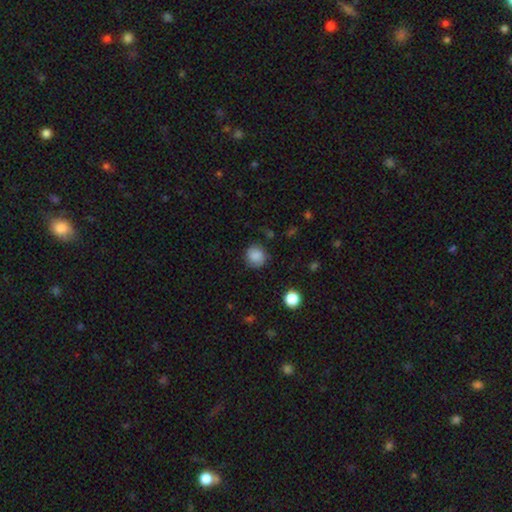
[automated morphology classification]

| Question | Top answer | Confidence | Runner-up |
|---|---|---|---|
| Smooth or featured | smooth | 79% | featured or disk (12%) |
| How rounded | round | 86% | in between (13%) |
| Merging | none | 78% | minor disturbance (16%) |